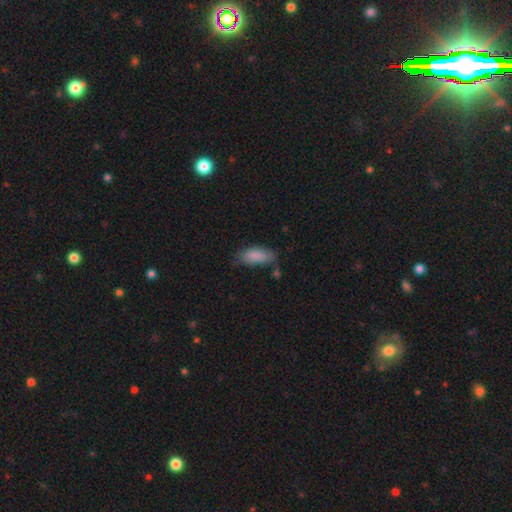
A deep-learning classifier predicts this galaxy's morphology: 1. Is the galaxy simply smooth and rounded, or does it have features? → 87% smooth, 7% star or artifact, 6% featured or disk.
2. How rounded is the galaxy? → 85% in between, 13% cigar-shaped, 2% round.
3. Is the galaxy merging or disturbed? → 64% none, 25% minor disturbance, 6% major disturbance, 4% merger.